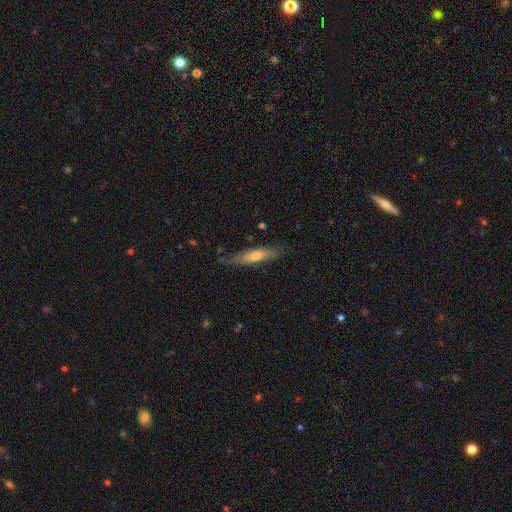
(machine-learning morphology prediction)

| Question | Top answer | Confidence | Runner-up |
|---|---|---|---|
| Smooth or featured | smooth | 50% | featured or disk (43%) |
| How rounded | cigar-shaped | 72% | in between (27%) |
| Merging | none | 67% | minor disturbance (24%) |